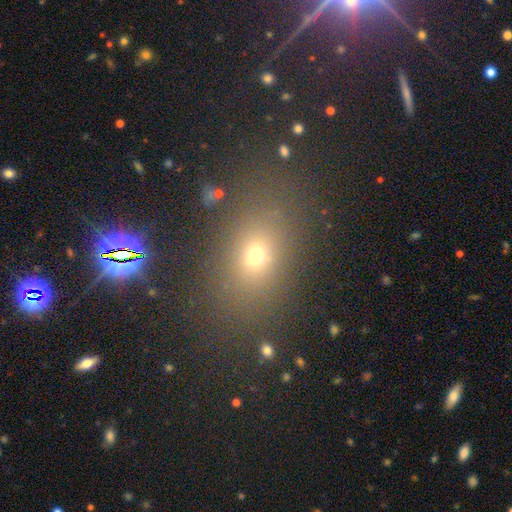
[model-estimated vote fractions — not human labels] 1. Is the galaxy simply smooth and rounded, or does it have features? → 67% smooth, 20% star or artifact, 13% featured or disk.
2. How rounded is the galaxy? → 70% in between, 26% round, 4% cigar-shaped.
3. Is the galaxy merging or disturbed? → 78% none, 12% minor disturbance, 7% major disturbance, 4% merger.